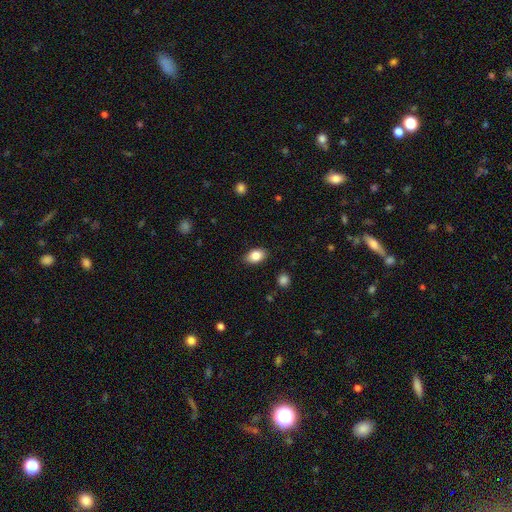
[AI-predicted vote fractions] This is clearly a smooth galaxy (84%). How rounded: clearly in between (88%). Merging: clearly none (87%).